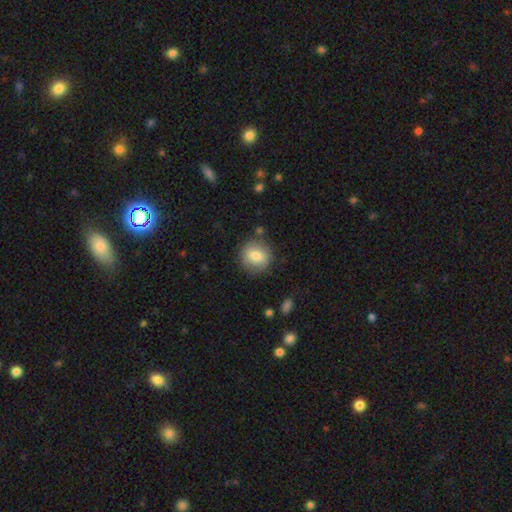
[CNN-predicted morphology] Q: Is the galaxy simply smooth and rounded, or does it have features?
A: smooth — 78%.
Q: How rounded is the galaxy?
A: round — 88%.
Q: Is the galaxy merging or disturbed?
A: none — 83%.